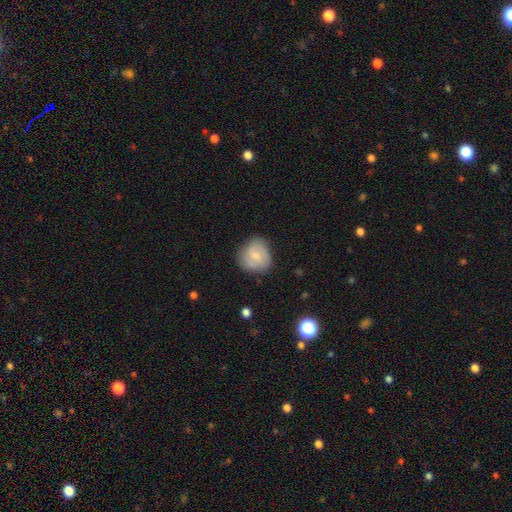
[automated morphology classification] Smooth or featured? smooth (65%)
How rounded? round (80%)
Merging? none (72%)